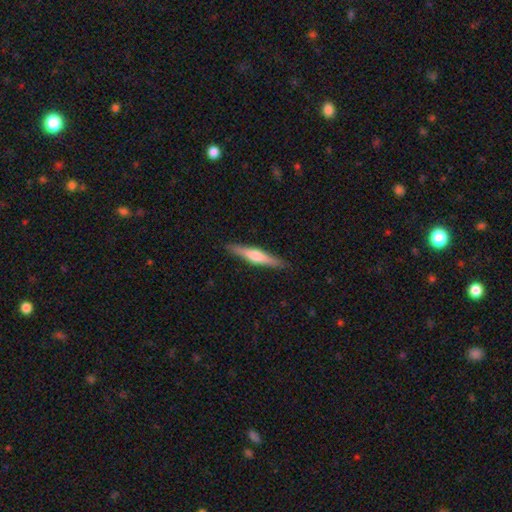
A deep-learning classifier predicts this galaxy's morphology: type=featured or disk (55%); edge-on=yes (97%); edge-on bulge=rounded (80%); merging=none (90%).